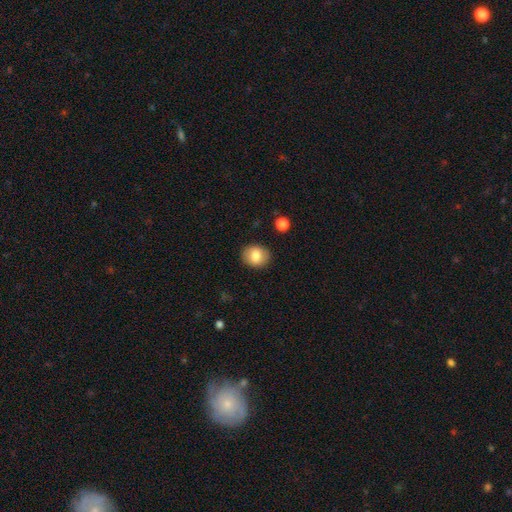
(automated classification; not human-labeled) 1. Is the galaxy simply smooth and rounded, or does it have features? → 80% smooth, 12% featured or disk, 8% star or artifact.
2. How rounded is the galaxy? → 61% round, 38% in between, 1% cigar-shaped.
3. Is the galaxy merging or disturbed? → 87% none, 9% minor disturbance, 3% major disturbance, 1% merger.